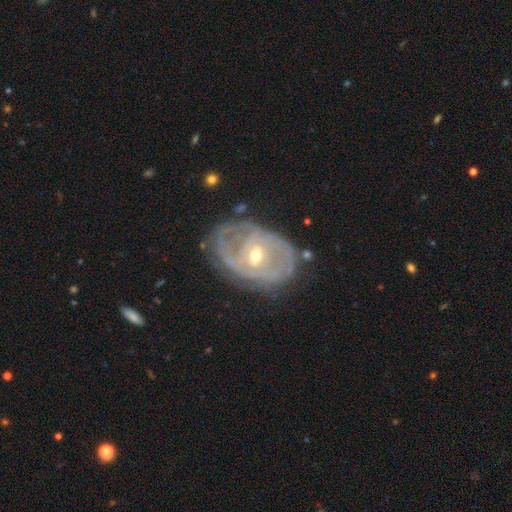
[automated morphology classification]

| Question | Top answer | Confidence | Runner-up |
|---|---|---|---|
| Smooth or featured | featured or disk | 83% | smooth (11%) |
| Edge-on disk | no | 95% | yes (5%) |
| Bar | no | 44% | weak (41%) |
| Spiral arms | yes | 83% | no (17%) |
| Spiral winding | tight | 66% | medium (25%) |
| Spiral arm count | can't tell | 43% | 2 (27%) |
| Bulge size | moderate | 49% | small (47%) |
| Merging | none | 60% | minor disturbance (24%) |